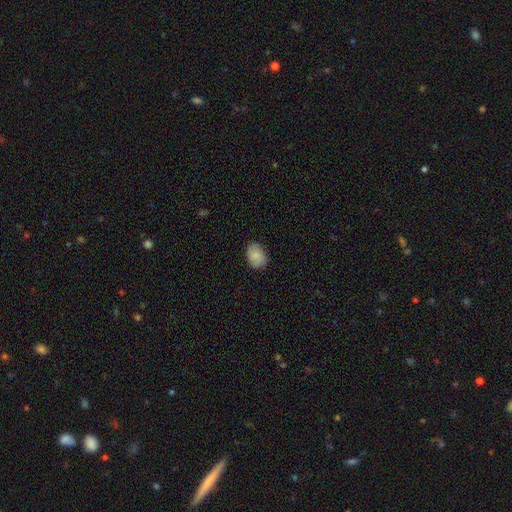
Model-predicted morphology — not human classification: Overall: smooth (86%). How rounded: in between (79%). Merging: none (82%).